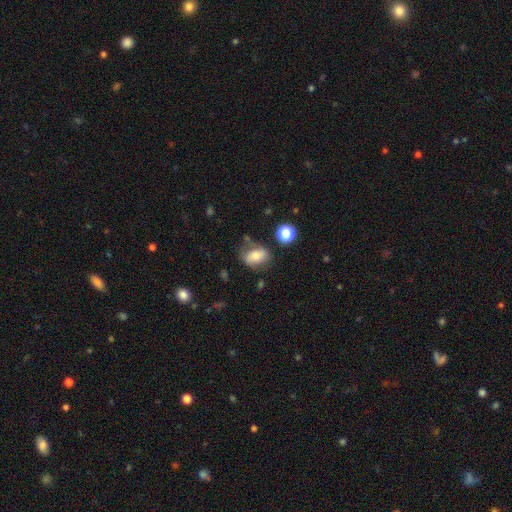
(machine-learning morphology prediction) Smooth or featured?
  - smooth: 68% *
  - featured or disk: 22%
  - star or artifact: 10%
How rounded?
  - in between: 74% *
  - round: 23%
  - cigar-shaped: 2%
Merging?
  - none: 63% *
  - minor disturbance: 21%
  - major disturbance: 9%
  - merger: 6%